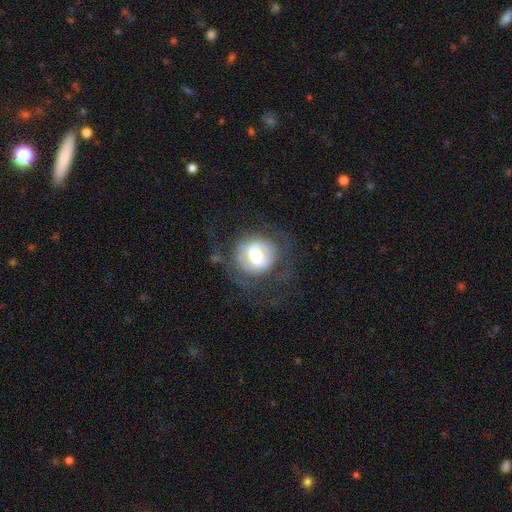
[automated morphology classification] This appears to be a featured or disk galaxy (59%) with a weak bar (44%), spiral arms (62%) and a moderate central bulge (52%). Merging: none (61%).